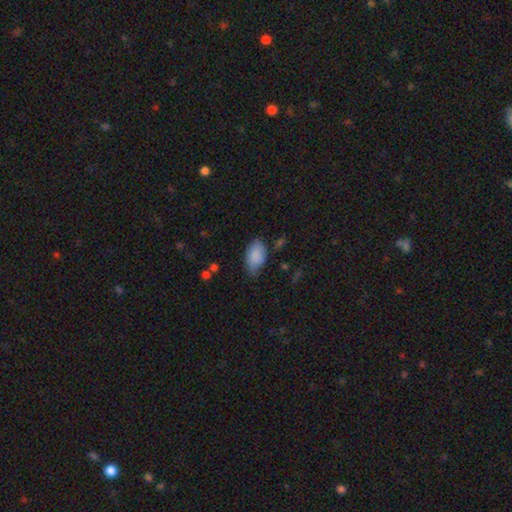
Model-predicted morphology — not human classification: type=smooth (85%); roundness=in between (93%); merging=none (59%).